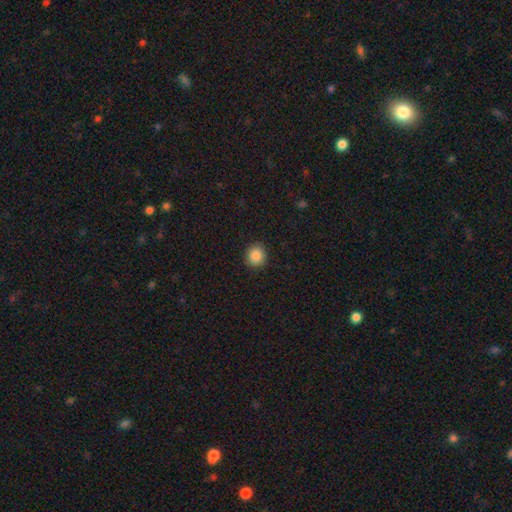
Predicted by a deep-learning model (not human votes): A smooth galaxy with no disk features (87%) that is round (88%).

Vote fractions:
- Smooth or featured? smooth: 87% / star or artifact: 9% / featured or disk: 4%
- How rounded? round: 88% / in between: 11% / cigar-shaped: 1%
- Merging? none: 91% / minor disturbance: 6% / major disturbance: 2% / merger: 1%